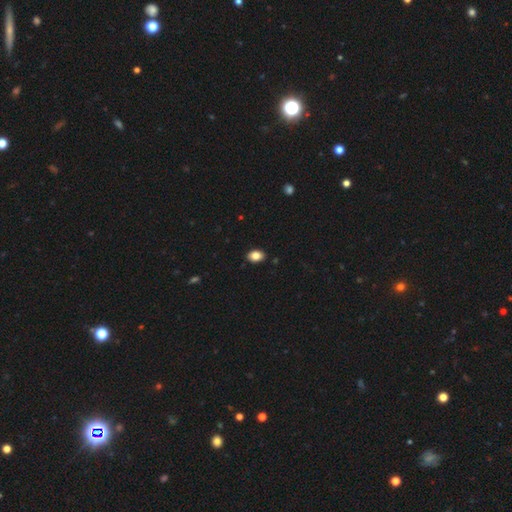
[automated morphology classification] smooth-or-featured: smooth: 85% | star or artifact: 9% | featured or disk: 6%
  how-rounded: in between: 77% | round: 22% | cigar-shaped: 1%
  merging: none: 89% | minor disturbance: 8% | major disturbance: 2% | merger: 1%